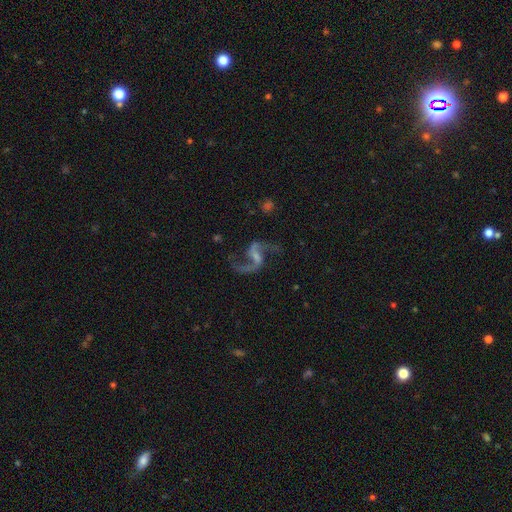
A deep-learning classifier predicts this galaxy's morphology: This is clearly a featured or disk galaxy (90%). It is clearly not viewed edge-on (98%). Bar: possibly weak (49%). Spiral arm pattern: clearly yes (97%). Spiral arm count: clearly 2 (94%). Spiral winding: likely loose (76%). Central bulge: possibly small (47%). Merging: likely none (76%).